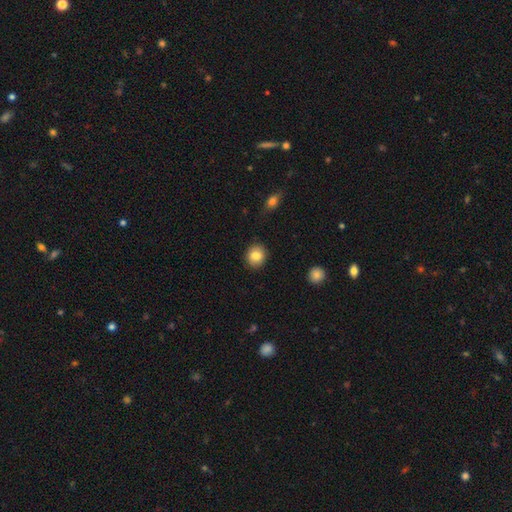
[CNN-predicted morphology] smooth_or_featured: smooth (p=0.85) [alt: star or artifact p=0.08]
how_rounded: round (p=0.81) [alt: in between p=0.18]
merging: none (p=0.90) [alt: minor disturbance p=0.07]